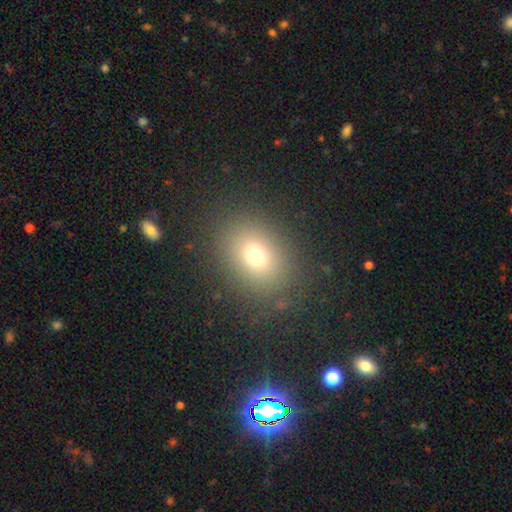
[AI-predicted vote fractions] Morphology: type=smooth (72%); roundness=in between (53%); merging=none (84%).